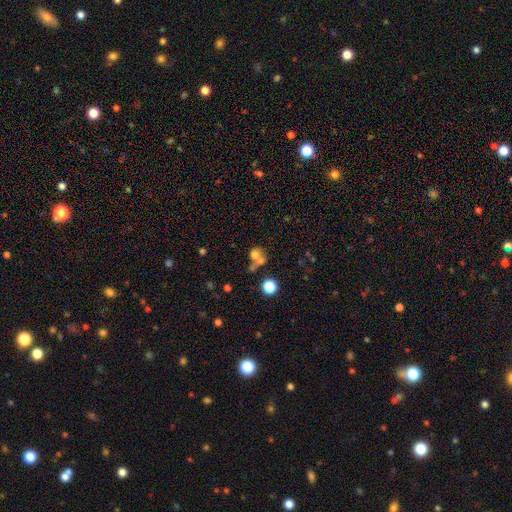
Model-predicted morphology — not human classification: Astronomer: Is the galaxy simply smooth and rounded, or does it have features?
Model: smooth — 66%.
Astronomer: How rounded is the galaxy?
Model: round — 70%.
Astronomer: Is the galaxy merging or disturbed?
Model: merger — 52% (runner-up: none, 31%).